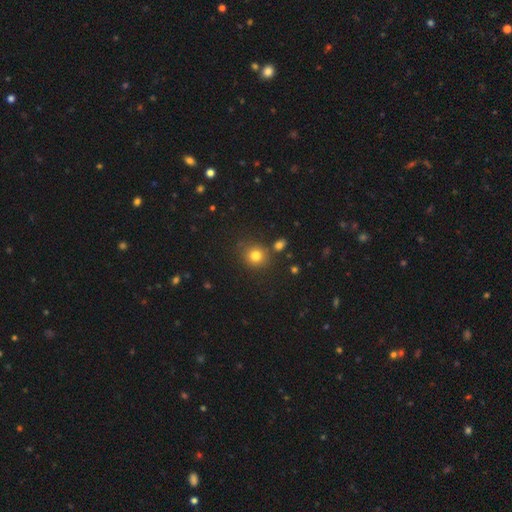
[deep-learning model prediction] Morphology: type=smooth (79%); roundness=round (85%); merging=none (78%).